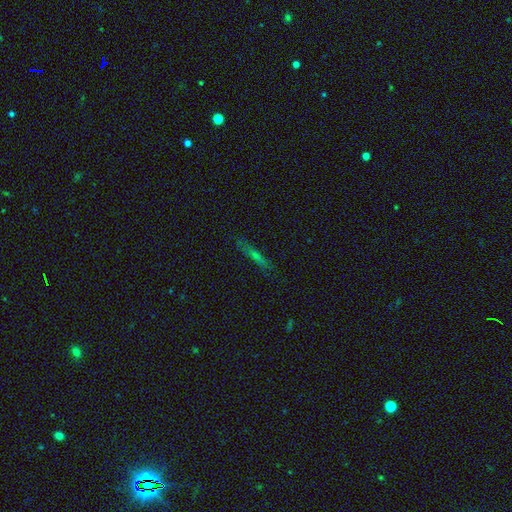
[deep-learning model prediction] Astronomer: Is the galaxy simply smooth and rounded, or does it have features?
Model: featured or disk — 47% (runner-up: smooth, 37%).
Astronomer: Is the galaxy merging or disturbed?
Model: none — 86%.